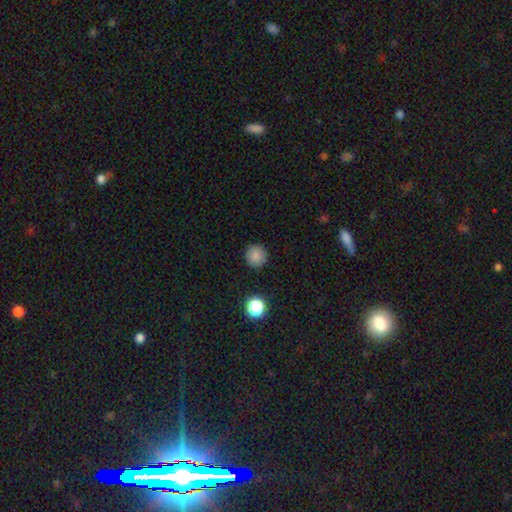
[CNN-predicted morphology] Smooth or featured? Predicted: smooth (p=0.84). How rounded? Predicted: round (p=0.93). Merging? Predicted: none (p=0.89).